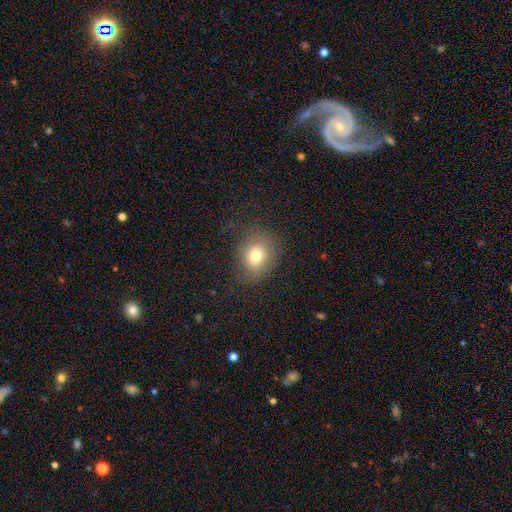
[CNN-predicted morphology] A smooth galaxy with no disk features (75%) that is round (59%). Merging: none (74%).